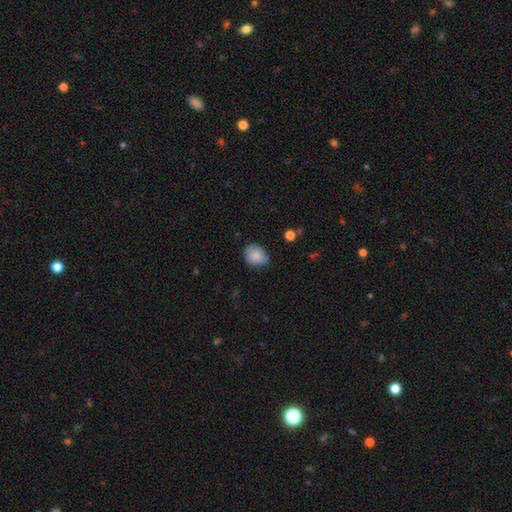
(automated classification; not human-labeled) smooth-or-featured: smooth: 84% | featured or disk: 8% | star or artifact: 8%
  how-rounded: round: 52% | in between: 47% | cigar-shaped: 1%
  merging: none: 68% | minor disturbance: 27% | major disturbance: 4% | merger: 2%